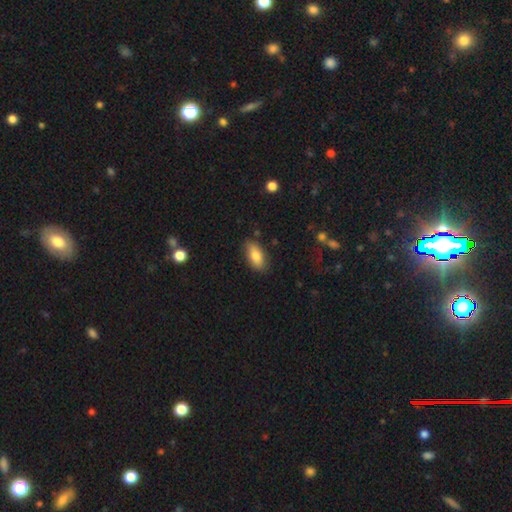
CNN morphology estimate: type=smooth (80%); roundness=in between (86%); merging=none (82%).